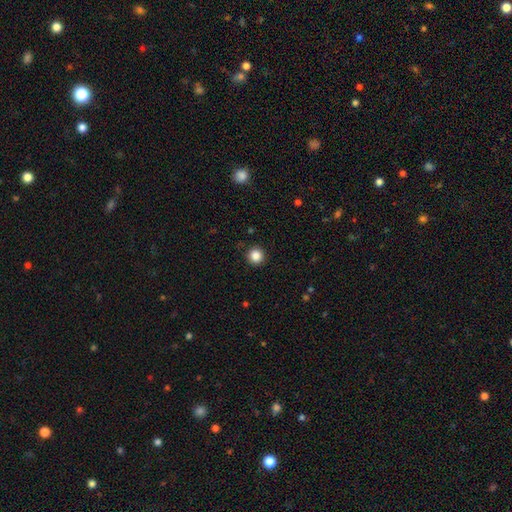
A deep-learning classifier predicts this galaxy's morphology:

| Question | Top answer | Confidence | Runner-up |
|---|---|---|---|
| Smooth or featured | smooth | 86% | star or artifact (11%) |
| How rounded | round | 94% | in between (5%) |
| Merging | none | 91% | minor disturbance (6%) |